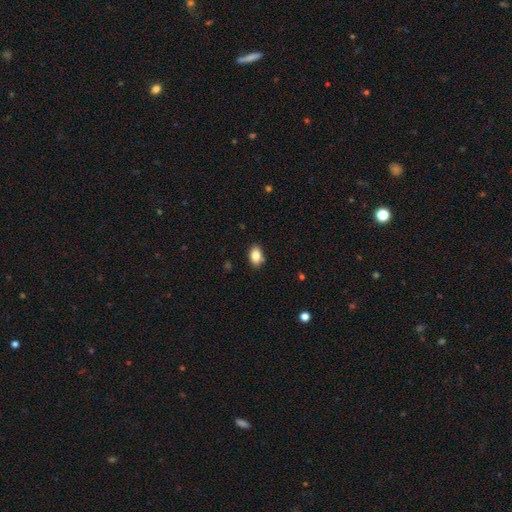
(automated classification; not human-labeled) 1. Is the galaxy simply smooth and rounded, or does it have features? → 86% smooth, 8% star or artifact, 6% featured or disk.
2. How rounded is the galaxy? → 86% in between, 12% round, 2% cigar-shaped.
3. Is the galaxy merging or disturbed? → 83% none, 12% minor disturbance, 2% major disturbance, 2% merger.